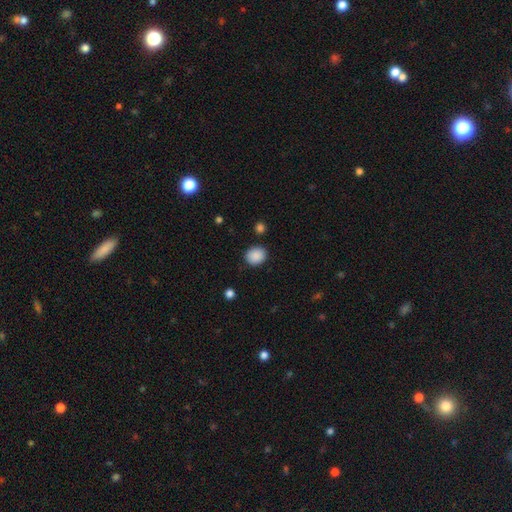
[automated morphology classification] A smooth galaxy with no disk features (89%) that is round (62%).

Vote fractions:
- Smooth or featured? smooth: 89% / star or artifact: 8% / featured or disk: 3%
- How rounded? round: 62% / in between: 37% / cigar-shaped: 1%
- Merging? none: 87% / minor disturbance: 9% / major disturbance: 3% / merger: 2%